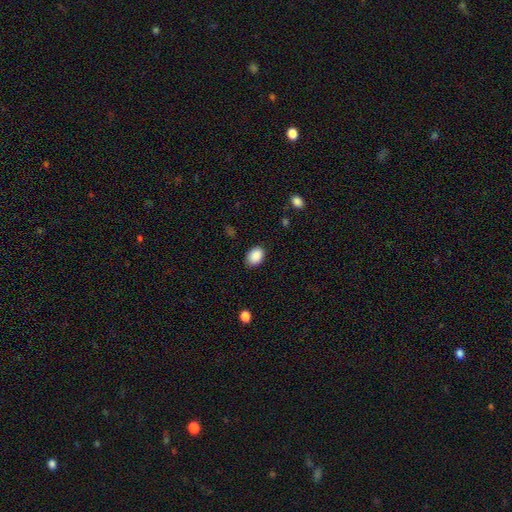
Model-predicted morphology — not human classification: Q: Smooth or featured?
A: smooth (89%); runner-up: star or artifact (8%)
Q: How rounded?
A: in between (72%); runner-up: round (27%)
Q: Merging?
A: none (85%); runner-up: minor disturbance (11%)